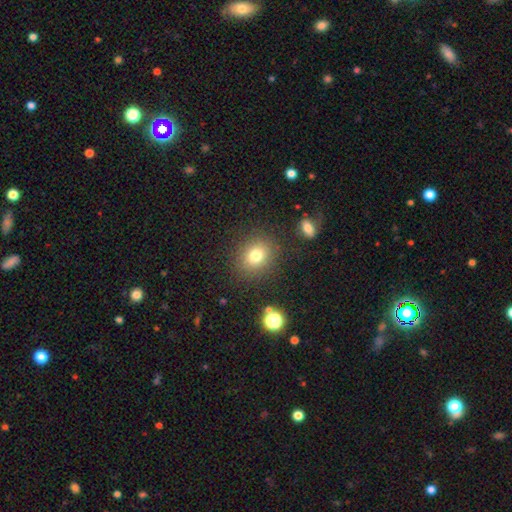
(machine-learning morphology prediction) Smooth or featured? Predicted: smooth (p=0.77). How rounded? Predicted: round (p=0.65). Merging? Predicted: none (p=0.86).